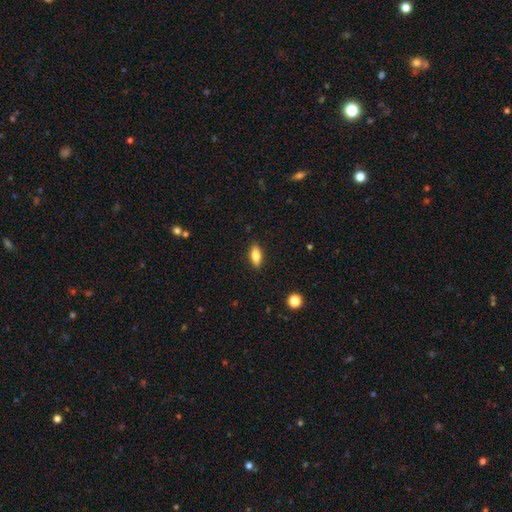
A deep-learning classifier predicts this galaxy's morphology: Q: Smooth or featured?
A: smooth (75%); runner-up: featured or disk (18%)
Q: How rounded?
A: in between (77%); runner-up: cigar-shaped (20%)
Q: Merging?
A: none (89%); runner-up: minor disturbance (8%)